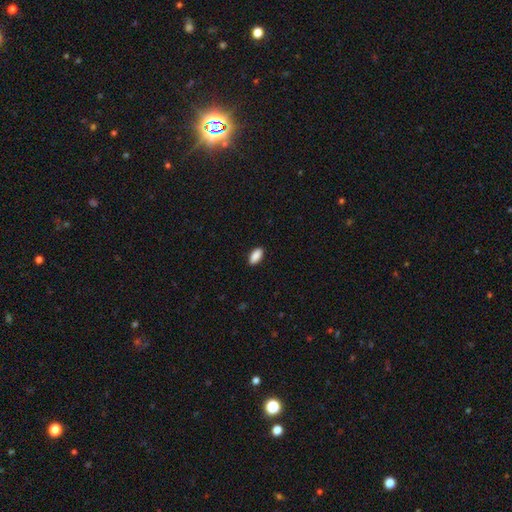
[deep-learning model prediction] This is clearly a smooth galaxy (90%). How rounded: clearly in between (90%). Merging: clearly none (90%).